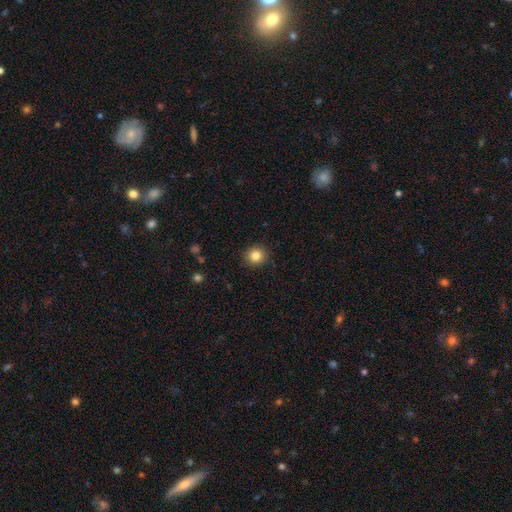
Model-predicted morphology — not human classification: A smooth galaxy with no disk features (84%) that is round (87%).

Vote fractions:
- Smooth or featured? smooth: 84% / star or artifact: 11% / featured or disk: 6%
- How rounded? round: 87% / in between: 12% / cigar-shaped: 1%
- Merging? none: 91% / minor disturbance: 6% / major disturbance: 2% / merger: 1%